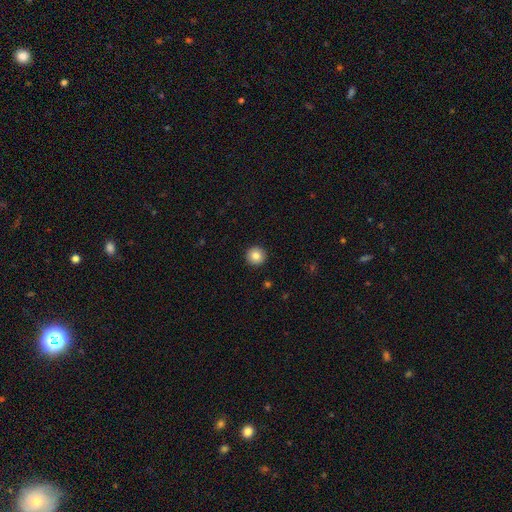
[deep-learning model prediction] Morphology: type=smooth (85%); roundness=round (96%); merging=none (93%).